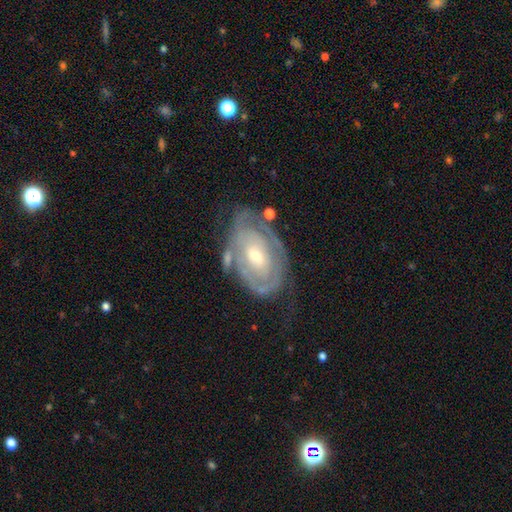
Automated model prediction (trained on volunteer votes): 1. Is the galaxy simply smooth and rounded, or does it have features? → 81% featured or disk, 13% smooth, 6% star or artifact.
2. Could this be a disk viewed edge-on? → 95% no, 5% yes.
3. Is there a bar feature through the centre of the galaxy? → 58% no, 31% weak, 10% strong.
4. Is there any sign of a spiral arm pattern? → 82% yes, 18% no.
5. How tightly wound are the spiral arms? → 73% tight, 20% medium, 7% loose.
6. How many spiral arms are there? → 46% can't tell, 31% 2, 9% 3, 7% 1, 4% 4, 3% more than 4.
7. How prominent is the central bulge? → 52% small, 44% moderate, 2% large, 1% none, 1% dominant.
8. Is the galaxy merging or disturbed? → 57% none, 23% minor disturbance, 13% major disturbance, 7% merger.